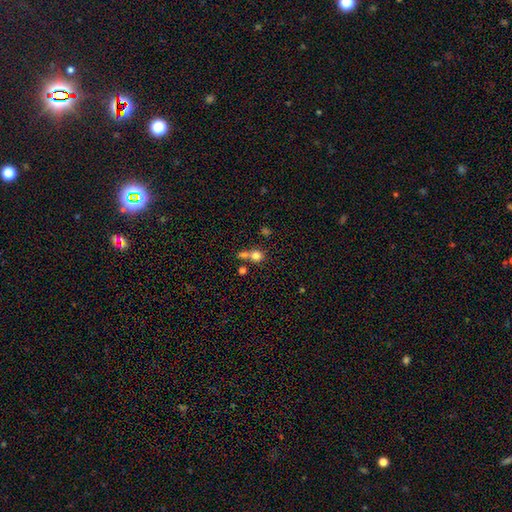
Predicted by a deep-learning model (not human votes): smooth_or_featured: smooth (p=0.78) [alt: star or artifact p=0.12]
how_rounded: round (p=0.84) [alt: in between p=0.15]
merging: none (p=0.44) [alt: merger p=0.43]